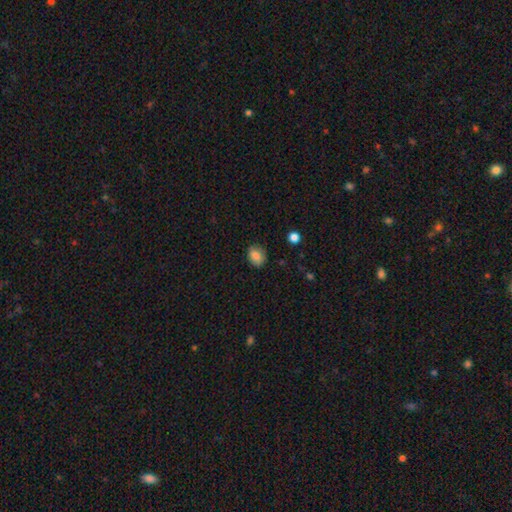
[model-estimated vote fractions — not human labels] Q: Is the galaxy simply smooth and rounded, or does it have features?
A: smooth — 82%.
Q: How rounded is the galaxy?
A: in between — 55%.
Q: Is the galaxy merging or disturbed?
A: none — 82%.